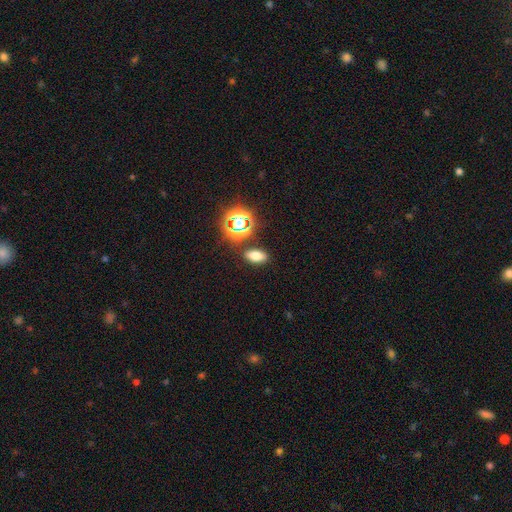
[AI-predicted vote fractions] This appears to be a smooth galaxy with no disk features (68%) that is in between round and cigar-shaped (84%). Merging: none (86%).